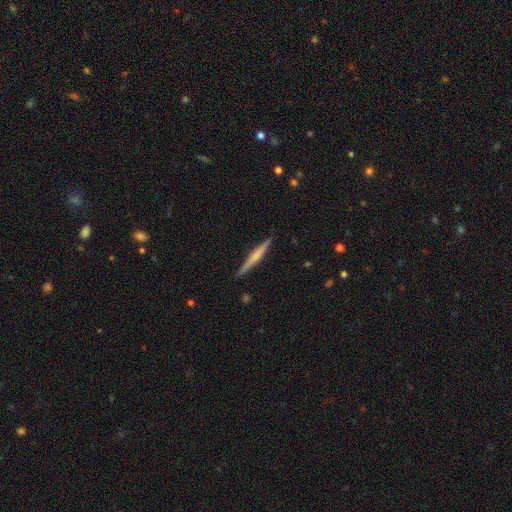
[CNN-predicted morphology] Smooth or featured?
  - featured or disk: 60% *
  - smooth: 35%
  - star or artifact: 6%
Edge-on disk?
  - yes: 98% *
  - no: 2%
Edge-on bulge?
  - rounded: 52% *
  - none: 37%
  - boxy: 11%
Merging?
  - none: 91% *
  - minor disturbance: 6%
  - major disturbance: 1%
  - merger: 1%